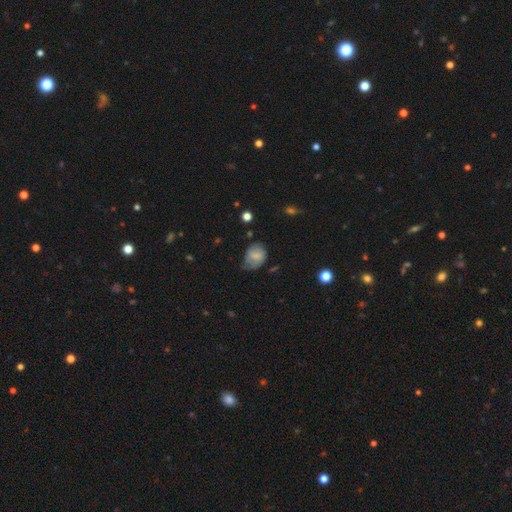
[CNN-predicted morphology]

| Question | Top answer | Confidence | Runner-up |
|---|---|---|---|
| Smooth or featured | smooth | 65% | featured or disk (27%) |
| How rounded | in between | 61% | round (38%) |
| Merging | none | 47% | minor disturbance (37%) |